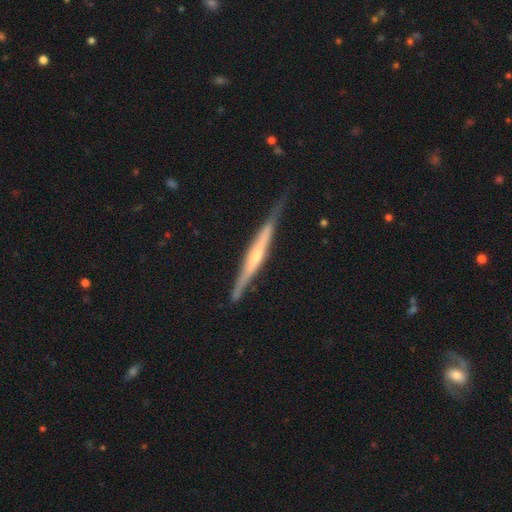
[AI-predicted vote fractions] smooth_or_featured: featured or disk (p=0.72) [alt: smooth p=0.23]
disk_edge_on: yes (p=0.97) [alt: no p=0.03]
edge_on_bulge: rounded (p=0.54) [alt: none p=0.34]
merging: none (p=0.74) [alt: minor disturbance p=0.20]